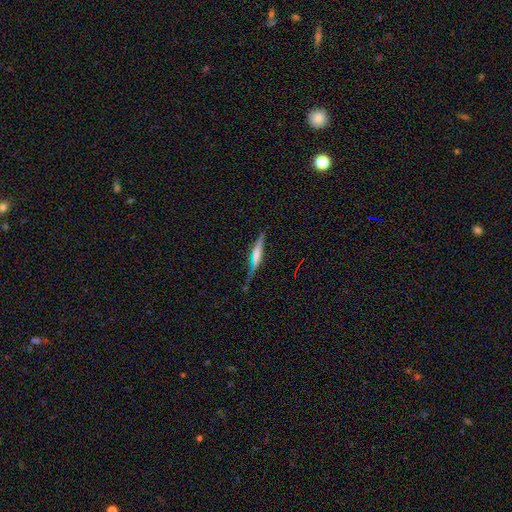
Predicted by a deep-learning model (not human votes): Smooth or featured: featured or disk — 54% (smooth — 37%)
Edge-on disk: yes — 94% (no — 6%)
Edge-on bulge: rounded — 39% (boxy — 33%)
Merging: none — 69% (minor disturbance — 21%)